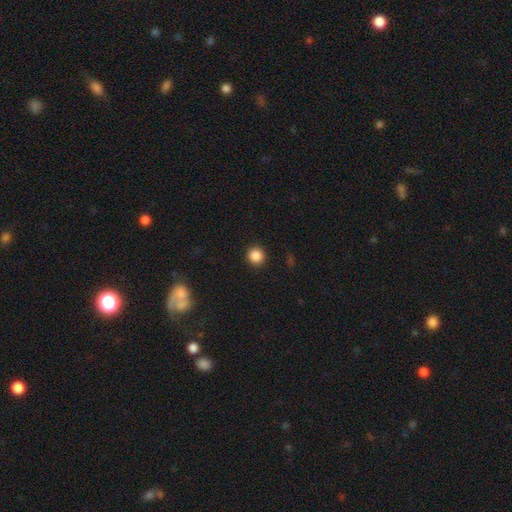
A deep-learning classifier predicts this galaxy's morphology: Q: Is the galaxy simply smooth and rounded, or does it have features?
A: smooth — 87%.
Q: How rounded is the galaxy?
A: round — 95%.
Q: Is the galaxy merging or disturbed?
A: none — 93%.